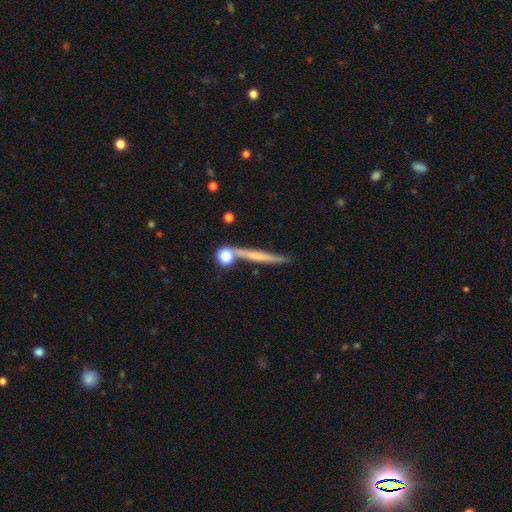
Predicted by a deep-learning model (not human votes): A featured or disk galaxy (46%).

Vote fractions:
- Smooth or featured? featured or disk: 46% / smooth: 45% / star or artifact: 9%
- Merging? none: 78% / minor disturbance: 10% / merger: 9% / major disturbance: 3%